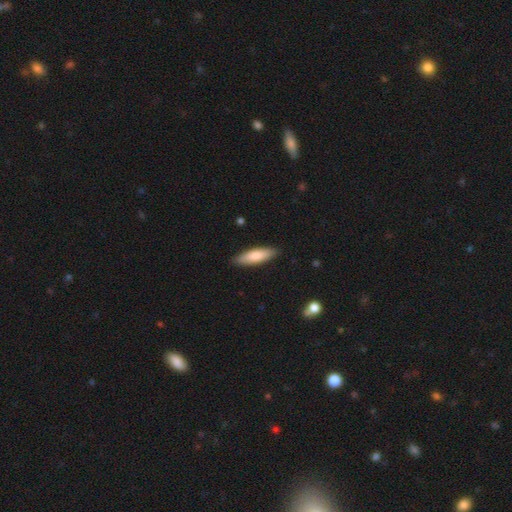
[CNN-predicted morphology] Overall: smooth (79%). How rounded: cigar-shaped (58%; in between 41%). Merging: none (88%).